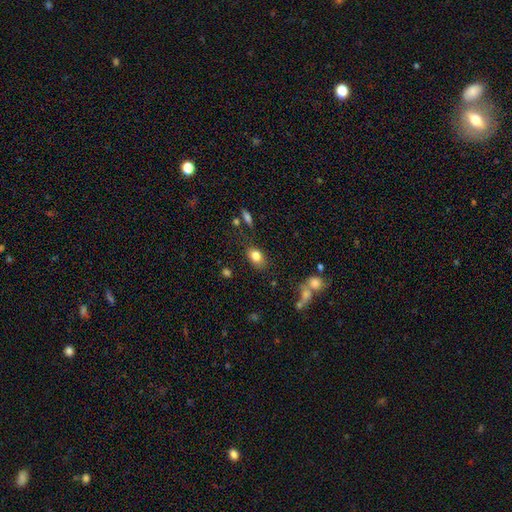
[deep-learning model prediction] The model was most divided on "how rounded": in between: 77%, round: 21%, cigar-shaped: 2%. More confident: smooth or featured — smooth (81%); merging — none (77%).